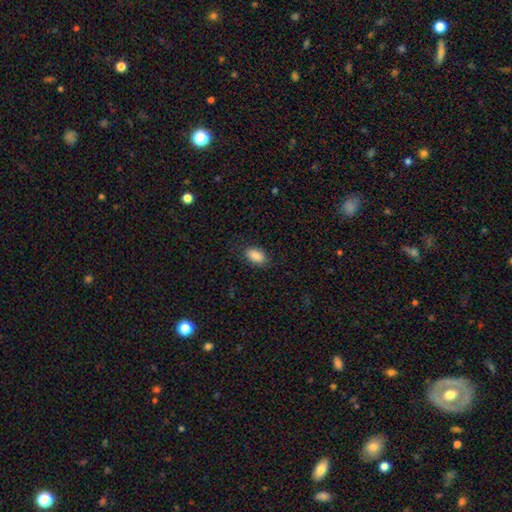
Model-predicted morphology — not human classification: The model was most divided on "merging": none: 85%, minor disturbance: 11%, major disturbance: 3%, merger: 1%. More confident: how rounded — in between (92%); smooth or featured — smooth (89%).